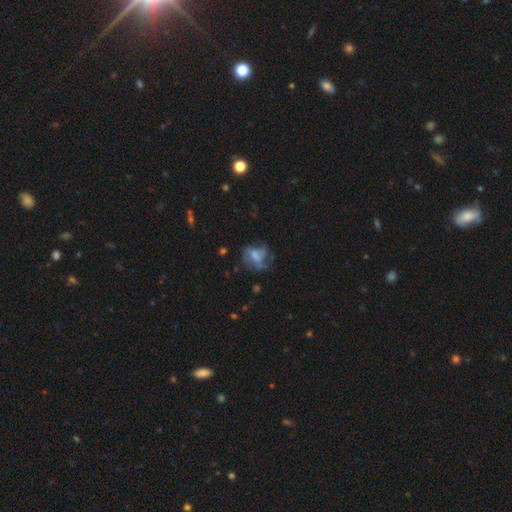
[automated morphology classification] Overall: featured or disk (50%; smooth 36%). Edge-on disk: no (97%). Merging: none (38%; major disturbance 37%).